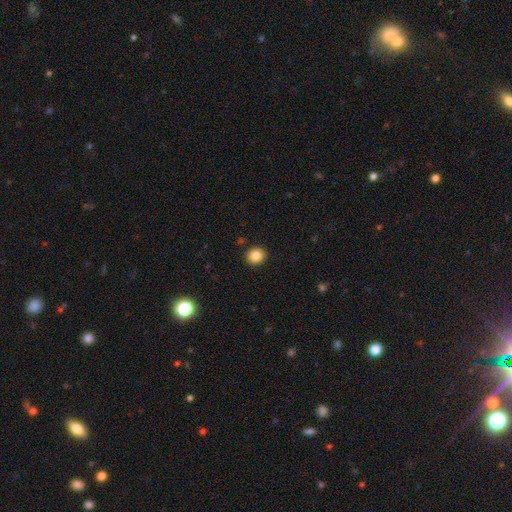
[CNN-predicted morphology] This appears to be a smooth galaxy with no disk features (84%) that is round (86%). Merging: none (92%).